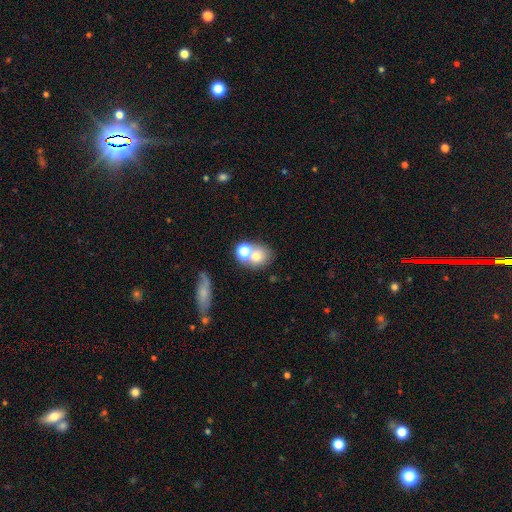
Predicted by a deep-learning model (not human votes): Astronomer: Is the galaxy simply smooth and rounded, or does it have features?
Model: smooth — 68%.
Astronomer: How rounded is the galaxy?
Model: round — 63%.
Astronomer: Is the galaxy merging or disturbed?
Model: none — 43% (runner-up: merger, 42%).